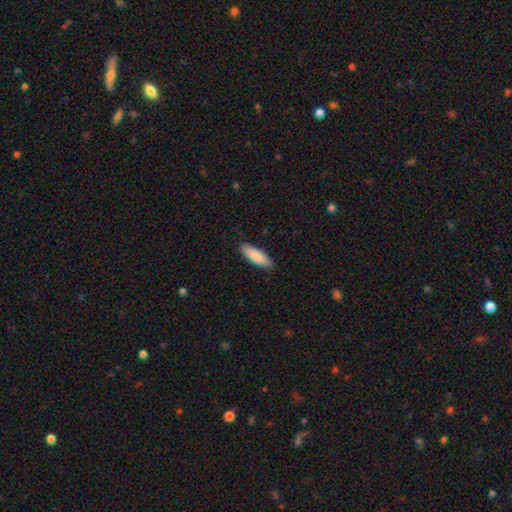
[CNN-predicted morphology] A smooth galaxy with no disk features (87%) that is in between round and cigar-shaped (53%). Merging: none (89%).